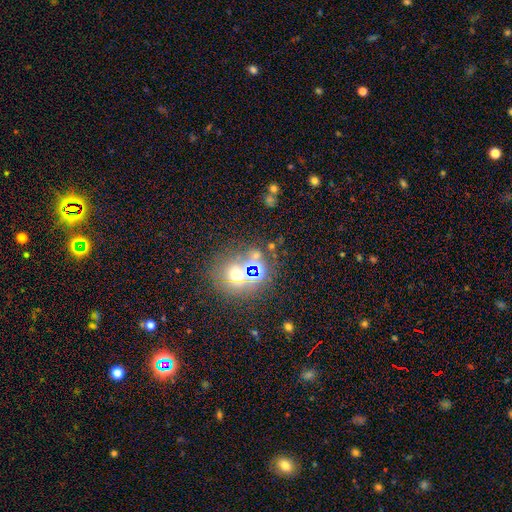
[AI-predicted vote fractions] The model was most divided on "smooth or featured": star or artifact: 56%, smooth: 34%, featured or disk: 10%.